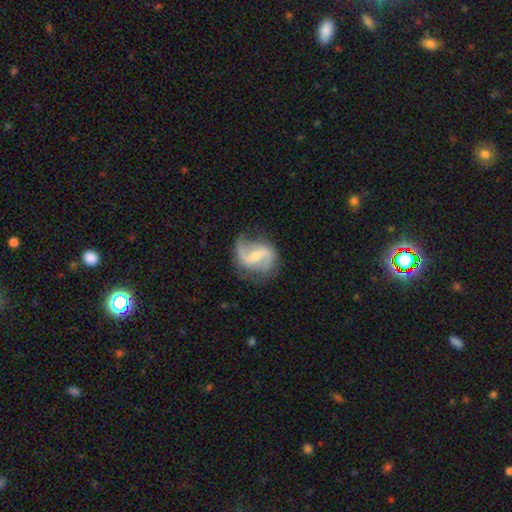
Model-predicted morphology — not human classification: Q: Smooth or featured?
A: featured or disk (85%); runner-up: smooth (10%)
Q: Edge-on disk?
A: no (98%); runner-up: yes (2%)
Q: Bar?
A: weak (51%); runner-up: strong (31%)
Q: Spiral arms?
A: yes (95%); runner-up: no (5%)
Q: Spiral winding?
A: loose (50%); runner-up: medium (40%)
Q: Spiral arm count?
A: 2 (88%); runner-up: 1 (6%)
Q: Bulge size?
A: small (46%); runner-up: moderate (44%)
Q: Merging?
A: none (70%); runner-up: minor disturbance (20%)